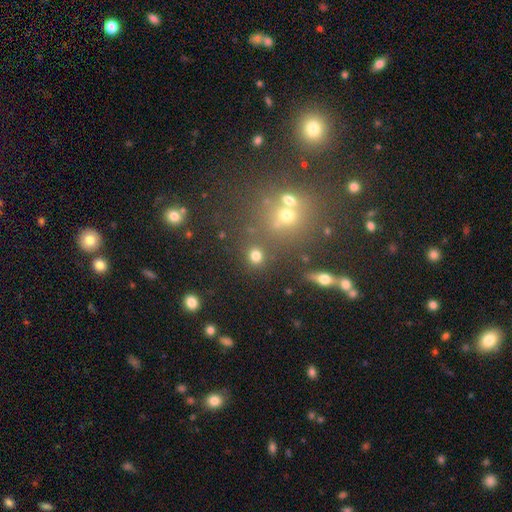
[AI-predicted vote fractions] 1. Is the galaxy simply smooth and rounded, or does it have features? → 76% smooth, 16% star or artifact, 7% featured or disk.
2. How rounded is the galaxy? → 85% round, 14% in between, 1% cigar-shaped.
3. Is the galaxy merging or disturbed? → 79% none, 9% merger, 8% minor disturbance, 4% major disturbance.